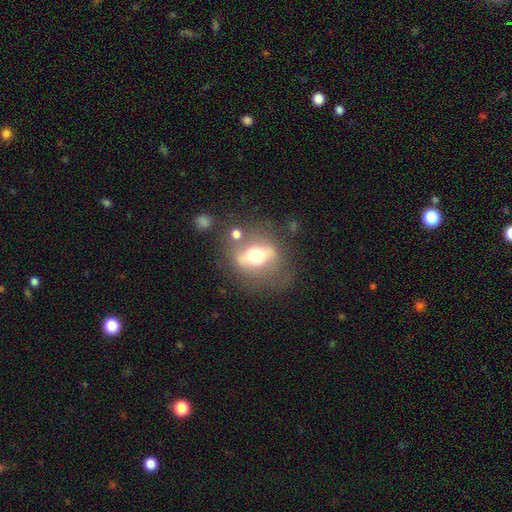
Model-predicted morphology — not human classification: Smooth or featured: featured or disk — 63% (smooth — 29%)
Edge-on disk: no — 62% (yes — 38%)
Merging: none — 62% (minor disturbance — 16%)